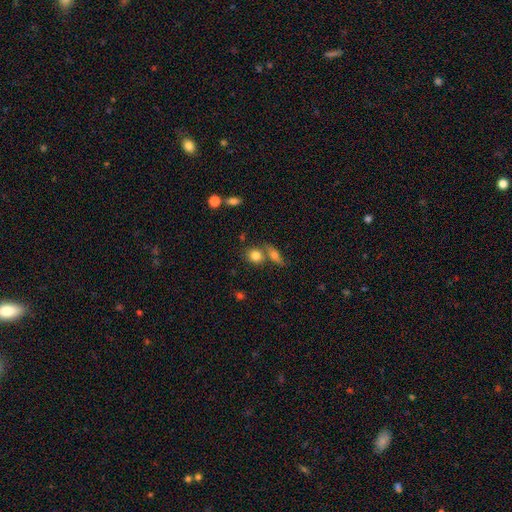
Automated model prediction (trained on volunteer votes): smooth_or_featured: smooth (p=0.81) [alt: star or artifact p=0.10]
how_rounded: round (p=0.71) [alt: in between p=0.27]
merging: none (p=0.54) [alt: merger p=0.32]